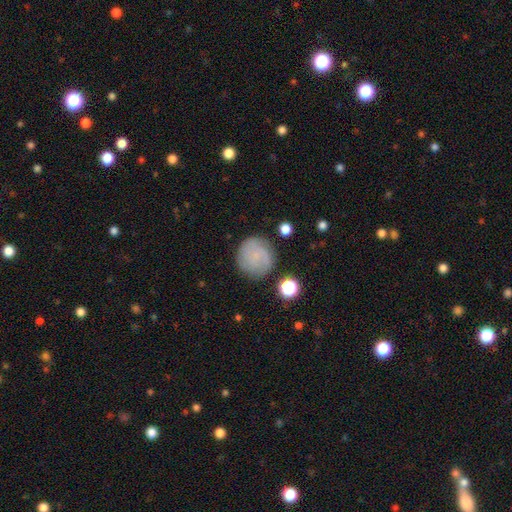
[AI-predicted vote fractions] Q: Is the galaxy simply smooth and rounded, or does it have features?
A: smooth — 60%.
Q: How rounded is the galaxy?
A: round — 93%.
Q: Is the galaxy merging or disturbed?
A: none — 78%.